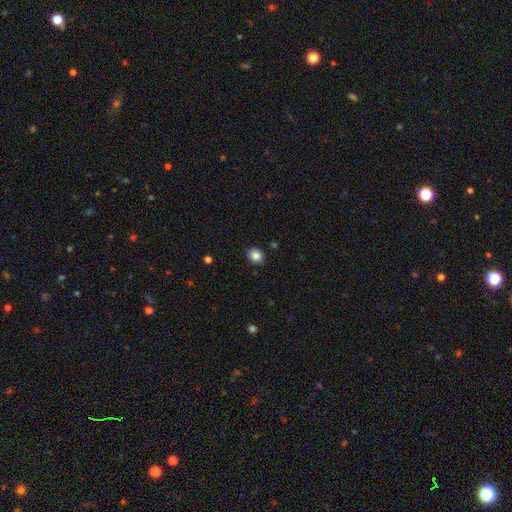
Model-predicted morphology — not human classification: smooth_or_featured: smooth (p=0.87) [alt: star or artifact p=0.09]
how_rounded: round (p=0.51) [alt: in between p=0.48]
merging: none (p=0.88) [alt: minor disturbance p=0.09]